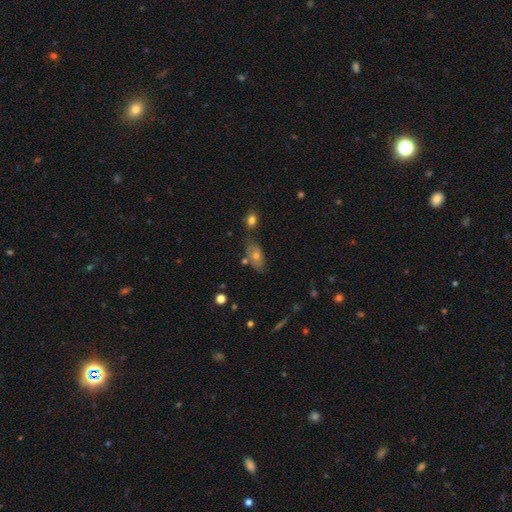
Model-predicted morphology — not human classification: A smooth galaxy with no disk features (48%). Merging: none (64%).